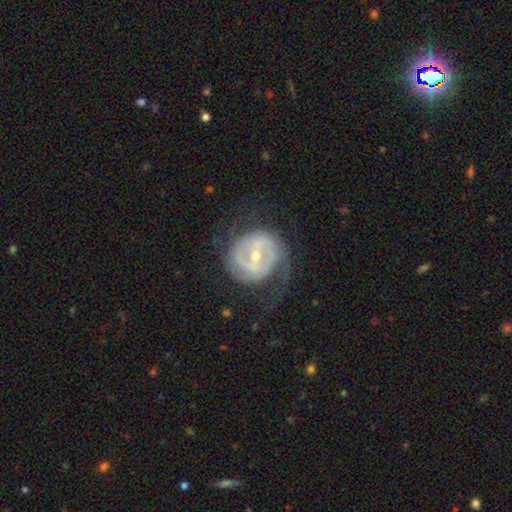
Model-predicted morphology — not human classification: smooth_or_featured: featured or disk (p=0.84) [alt: smooth p=0.11]
disk_edge_on: no (p=0.97) [alt: yes p=0.03]
bar: weak (p=0.45) [alt: strong p=0.36]
has_spiral_arms: yes (p=0.88) [alt: no p=0.12]
spiral_winding: tight (p=0.46) [alt: medium p=0.37]
spiral_arm_count: 2 (p=0.65) [alt: can't tell p=0.18]
bulge_size: small (p=0.52) [alt: moderate p=0.44]
merging: none (p=0.60) [alt: minor disturbance p=0.20]